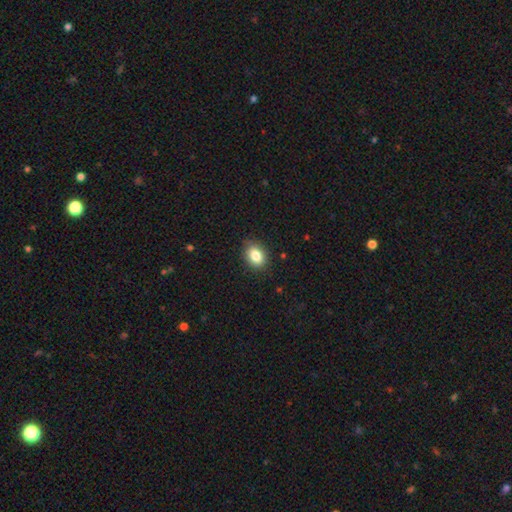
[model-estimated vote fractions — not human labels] This appears to be a smooth galaxy with no disk features (84%) that is in between round and cigar-shaped (73%). Merging: none (84%).